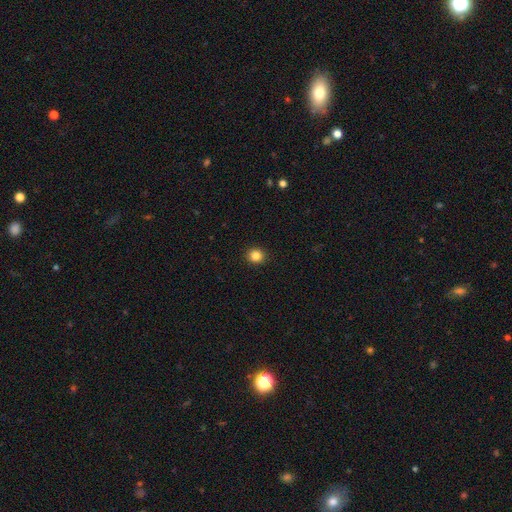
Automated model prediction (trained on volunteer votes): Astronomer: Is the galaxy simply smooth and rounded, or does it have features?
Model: smooth — 84%.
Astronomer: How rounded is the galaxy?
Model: round — 87%.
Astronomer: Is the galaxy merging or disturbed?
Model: none — 93%.